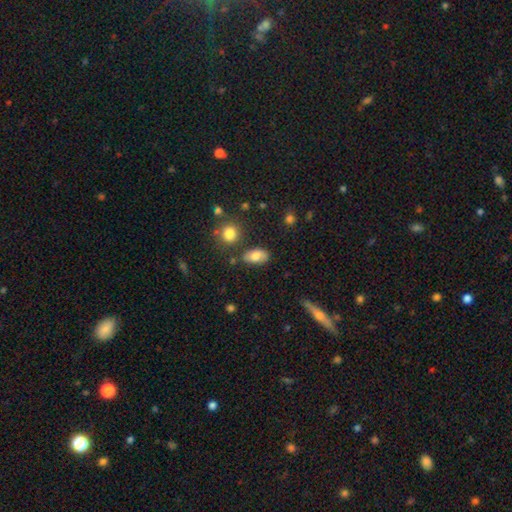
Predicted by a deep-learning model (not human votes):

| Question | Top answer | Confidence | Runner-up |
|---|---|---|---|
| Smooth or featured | smooth | 77% | featured or disk (14%) |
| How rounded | in between | 91% | round (6%) |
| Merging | none | 76% | minor disturbance (15%) |